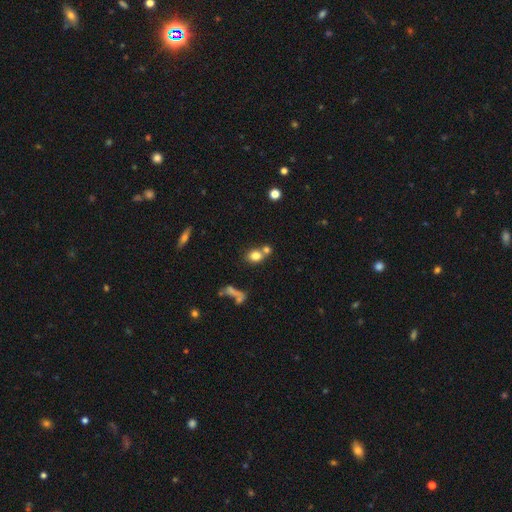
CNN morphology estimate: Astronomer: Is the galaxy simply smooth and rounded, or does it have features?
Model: smooth — 78%.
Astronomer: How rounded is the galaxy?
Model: round — 61% (runner-up: in between, 37%).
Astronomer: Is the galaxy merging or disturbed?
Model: none — 50% (runner-up: merger, 36%).